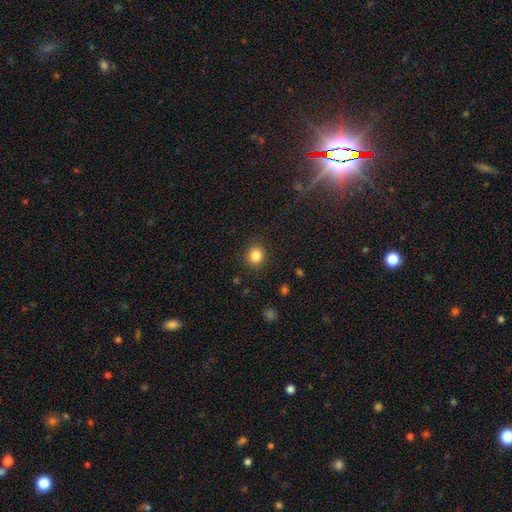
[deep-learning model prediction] Smooth or featured? smooth (85%)
How rounded? round (82%)
Merging? none (89%)